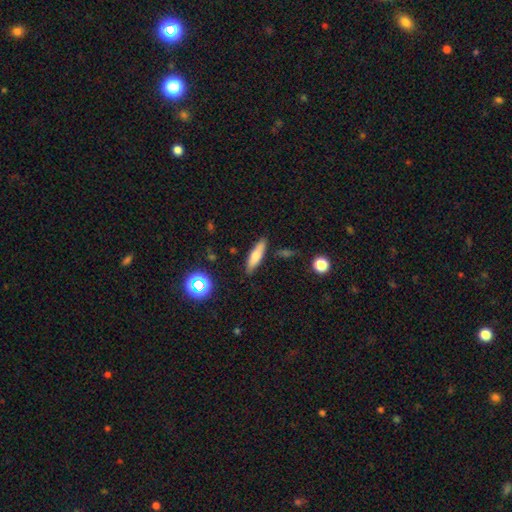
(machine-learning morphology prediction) smooth-or-featured: smooth: 69% | featured or disk: 22% | star or artifact: 9%
  how-rounded: cigar-shaped: 66% | in between: 31% | round: 3%
  merging: none: 84% | minor disturbance: 11% | merger: 3% | major disturbance: 3%